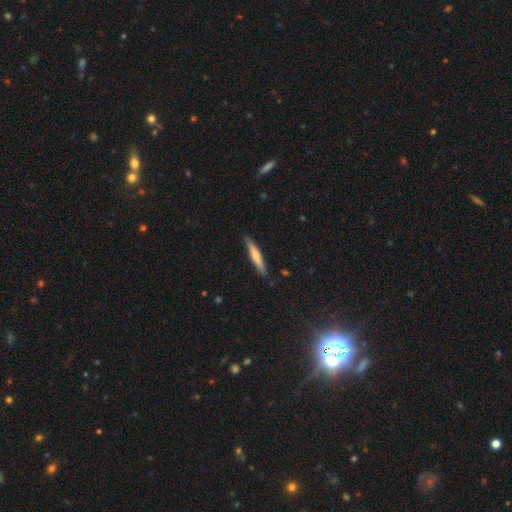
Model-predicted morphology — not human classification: smooth-or-featured: smooth: 54% | featured or disk: 40% | star or artifact: 6%
  how-rounded: cigar-shaped: 91% | in between: 8% | round: 1%
  merging: none: 87% | minor disturbance: 10% | major disturbance: 2% | merger: 1%